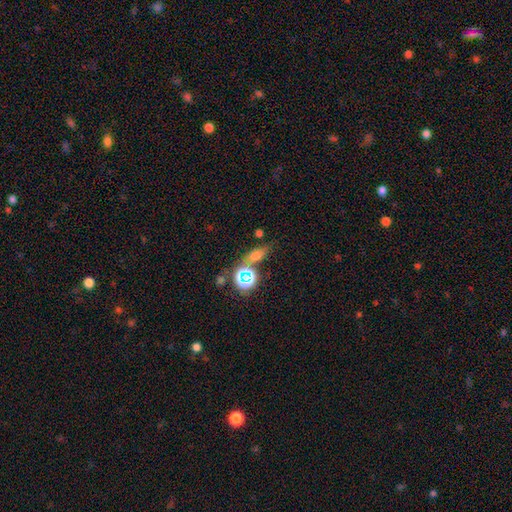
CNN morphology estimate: Smooth or featured? Predicted: smooth (p=0.51). How rounded? Predicted: in between (p=0.58). Merging? Predicted: none (p=0.66).